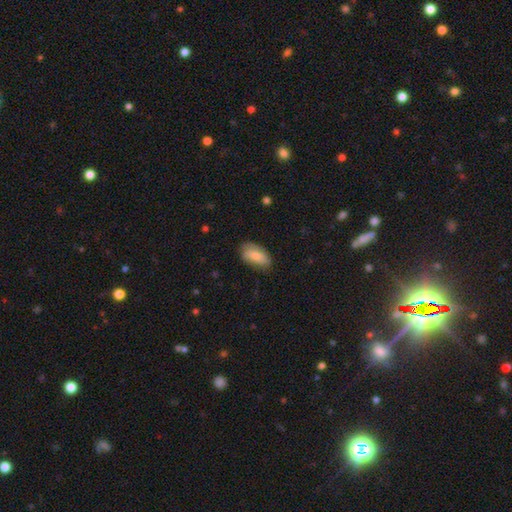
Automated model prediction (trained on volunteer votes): Smooth or featured?
  - smooth: 70% *
  - featured or disk: 23%
  - star or artifact: 6%
How rounded?
  - in between: 91% *
  - cigar-shaped: 5%
  - round: 4%
Merging?
  - none: 69% *
  - minor disturbance: 24%
  - major disturbance: 6%
  - merger: 1%